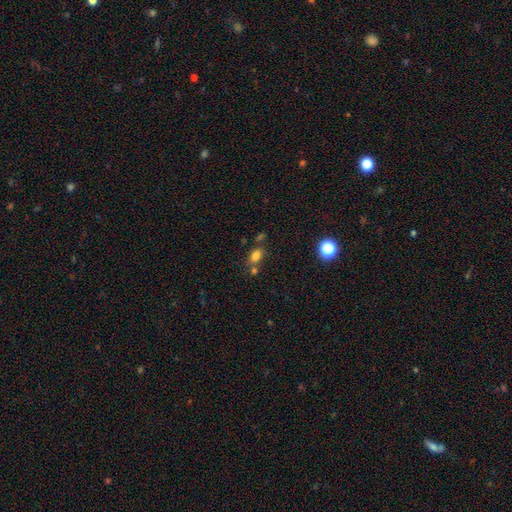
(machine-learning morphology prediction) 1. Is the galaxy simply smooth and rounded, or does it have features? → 77% smooth, 15% star or artifact, 8% featured or disk.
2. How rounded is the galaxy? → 78% in between, 20% round, 2% cigar-shaped.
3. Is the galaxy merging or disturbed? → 60% none, 20% merger, 14% minor disturbance, 5% major disturbance.